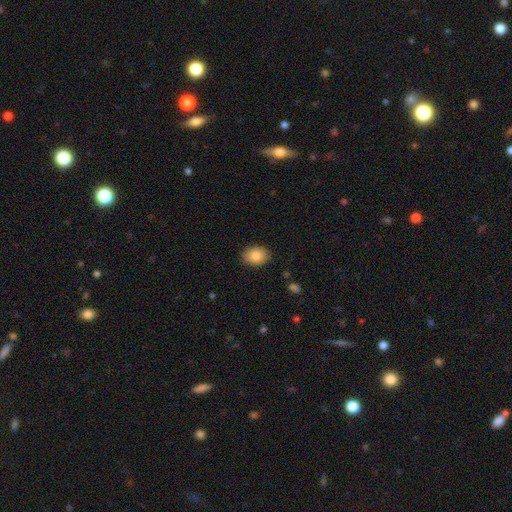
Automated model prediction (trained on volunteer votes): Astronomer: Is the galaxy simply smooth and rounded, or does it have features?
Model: smooth — 83%.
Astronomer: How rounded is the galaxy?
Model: in between — 77%.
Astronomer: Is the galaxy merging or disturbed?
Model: none — 88%.